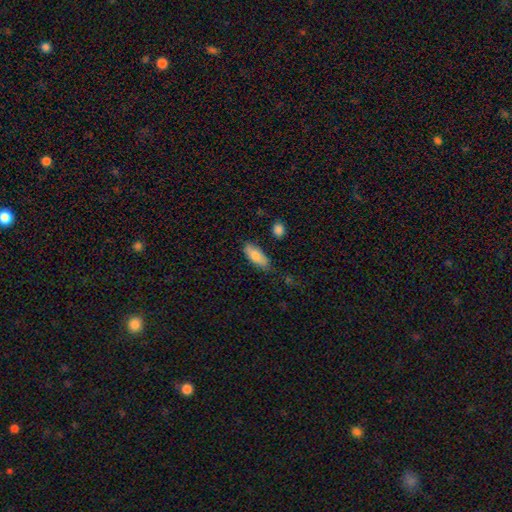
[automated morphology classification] This is likely a smooth galaxy (79%). How rounded: likely in between (77%). Merging: likely none (75%).